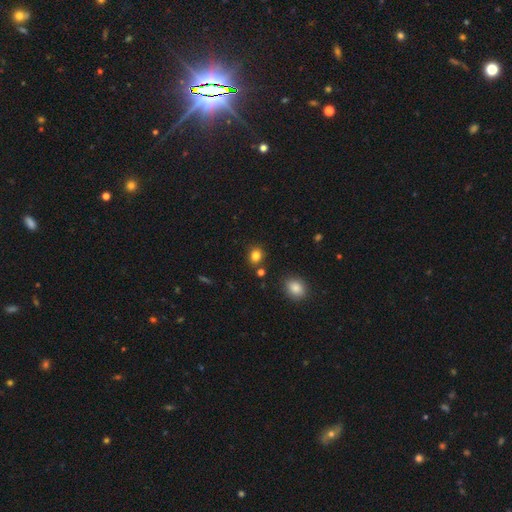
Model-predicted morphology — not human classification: Smooth or featured?
  - smooth: 82% *
  - star or artifact: 13%
  - featured or disk: 6%
How rounded?
  - round: 62% *
  - in between: 37%
  - cigar-shaped: 1%
Merging?
  - none: 82% *
  - minor disturbance: 10%
  - merger: 5%
  - major disturbance: 3%